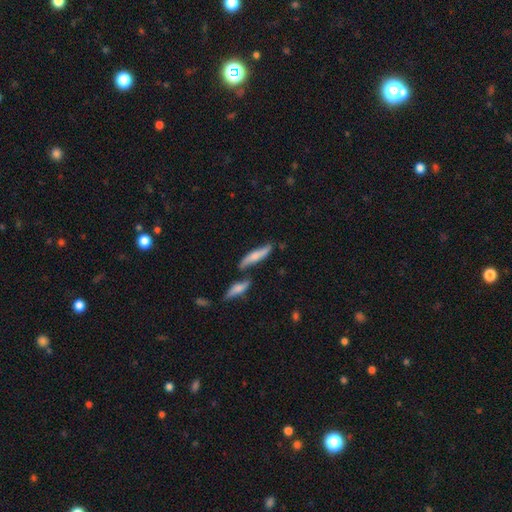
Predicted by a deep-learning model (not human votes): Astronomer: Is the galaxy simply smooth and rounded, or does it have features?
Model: smooth — 56% (runner-up: featured or disk, 37%).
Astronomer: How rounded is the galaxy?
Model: cigar-shaped — 76%.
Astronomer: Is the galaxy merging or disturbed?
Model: none — 56%.